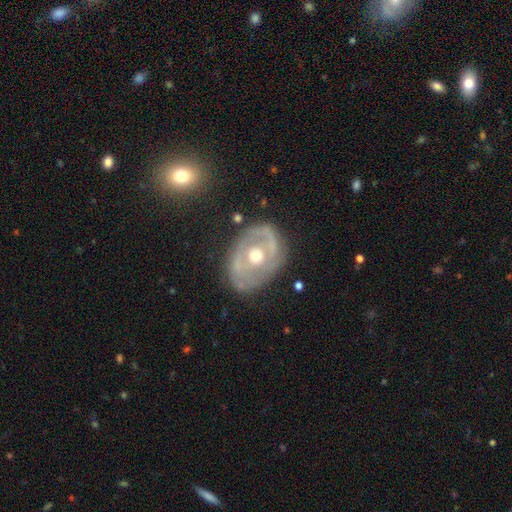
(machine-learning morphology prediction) Smooth or featured?
  - featured or disk: 77% *
  - smooth: 17%
  - star or artifact: 6%
Edge-on disk?
  - no: 95% *
  - yes: 5%
Bar?
  - no: 72% *
  - weak: 21%
  - strong: 7%
Spiral arms?
  - yes: 60% *
  - no: 40%
Bulge size?
  - moderate: 74% *
  - large: 14%
  - small: 10%
  - dominant: 1%
  - none: 1%
Merging?
  - none: 74% *
  - minor disturbance: 17%
  - major disturbance: 7%
  - merger: 2%